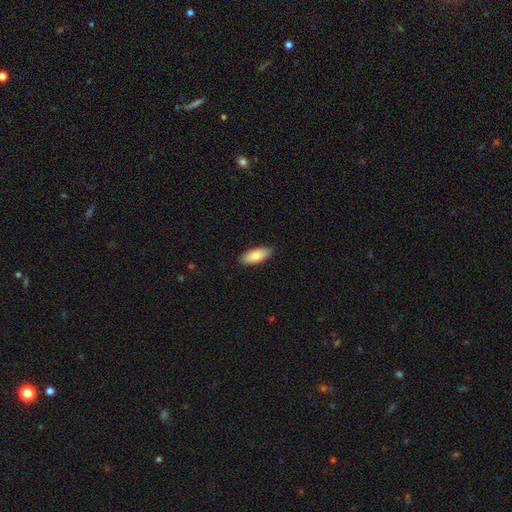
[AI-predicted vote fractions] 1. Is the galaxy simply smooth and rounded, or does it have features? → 83% smooth, 11% featured or disk, 6% star or artifact.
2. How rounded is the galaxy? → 83% in between, 15% cigar-shaped, 2% round.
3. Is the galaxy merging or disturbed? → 87% none, 10% minor disturbance, 2% major disturbance, 1% merger.